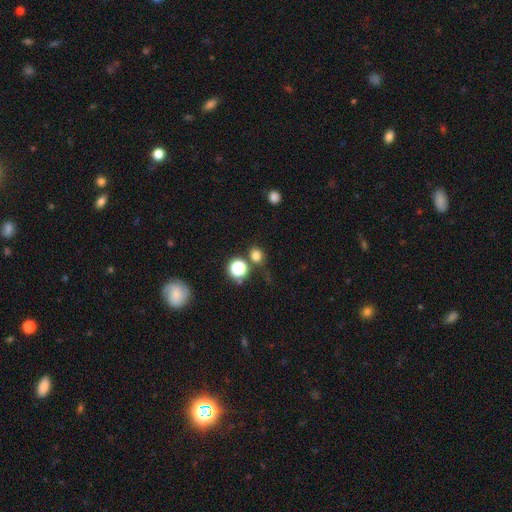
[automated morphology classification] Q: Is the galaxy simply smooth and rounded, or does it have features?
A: smooth — 73%.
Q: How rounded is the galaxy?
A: round — 79%.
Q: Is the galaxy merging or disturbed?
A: none — 73%.